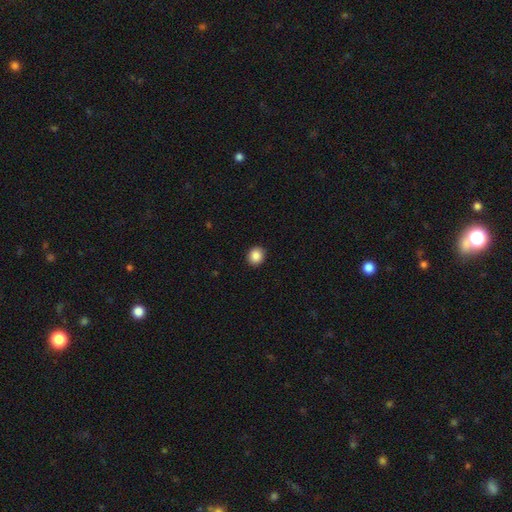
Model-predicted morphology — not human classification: smooth_or_featured: smooth (p=0.87) [alt: star or artifact p=0.09]
how_rounded: round (p=0.84) [alt: in between p=0.15]
merging: none (p=0.92) [alt: minor disturbance p=0.06]